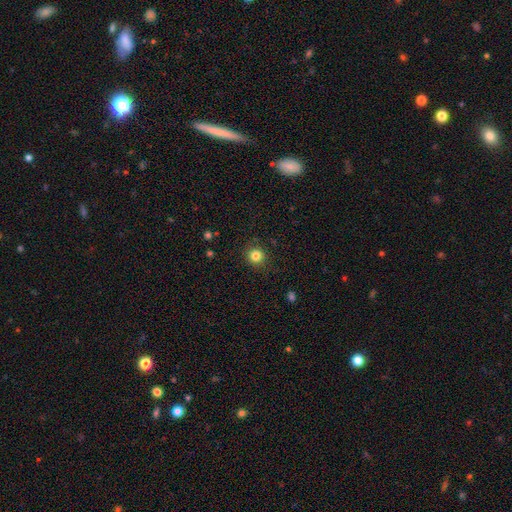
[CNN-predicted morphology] This appears to be a smooth galaxy with no disk features (83%) that is round (93%). Merging: none (89%).